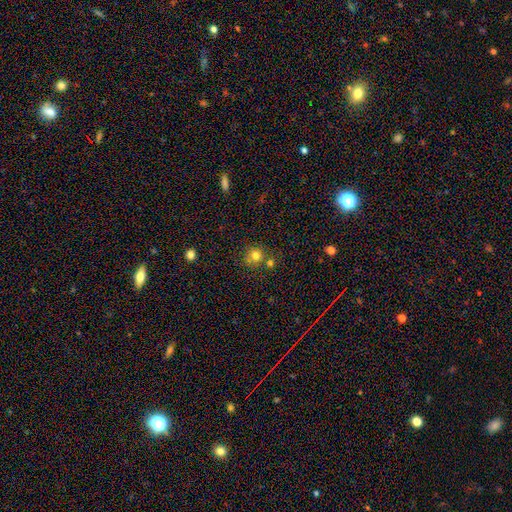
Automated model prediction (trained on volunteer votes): Q: Smooth or featured?
A: smooth (78%); runner-up: star or artifact (14%)
Q: How rounded?
A: round (90%); runner-up: in between (9%)
Q: Merging?
A: none (66%); runner-up: merger (20%)